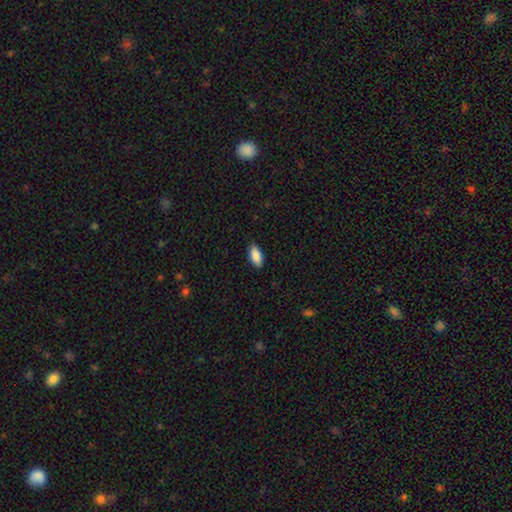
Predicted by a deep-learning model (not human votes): Overall: smooth (89%). How rounded: in between (90%). Merging: none (86%).